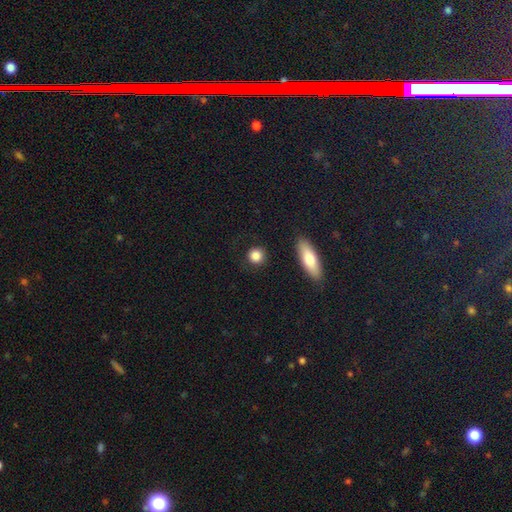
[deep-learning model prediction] Smooth or featured? Predicted: smooth (p=0.86). How rounded? Predicted: round (p=0.87). Merging? Predicted: none (p=0.87).